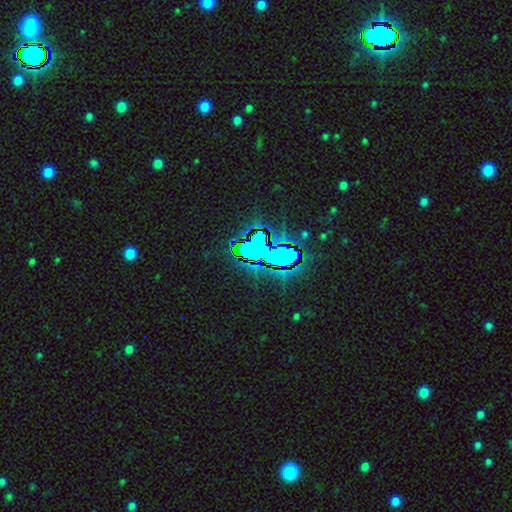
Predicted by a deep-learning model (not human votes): star or artifact 79%, smooth 11%, featured or disk 10%.